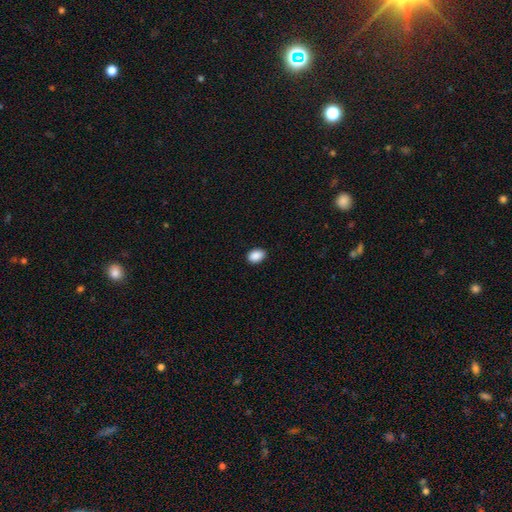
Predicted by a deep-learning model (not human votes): Q: Smooth or featured?
A: smooth (90%); runner-up: star or artifact (8%)
Q: How rounded?
A: in between (78%); runner-up: round (21%)
Q: Merging?
A: none (89%); runner-up: minor disturbance (8%)